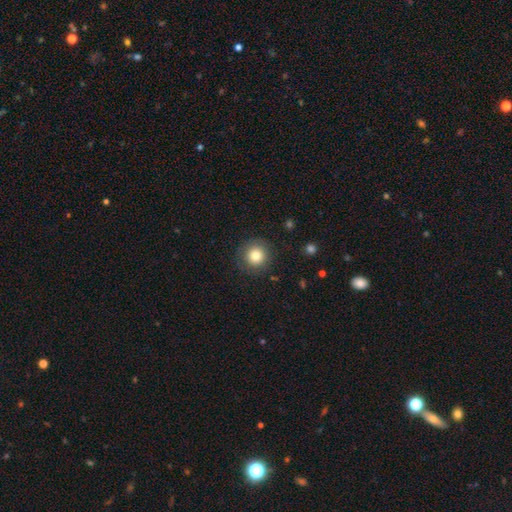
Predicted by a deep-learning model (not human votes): Smooth or featured? smooth (80%)
How rounded? round (95%)
Merging? none (87%)